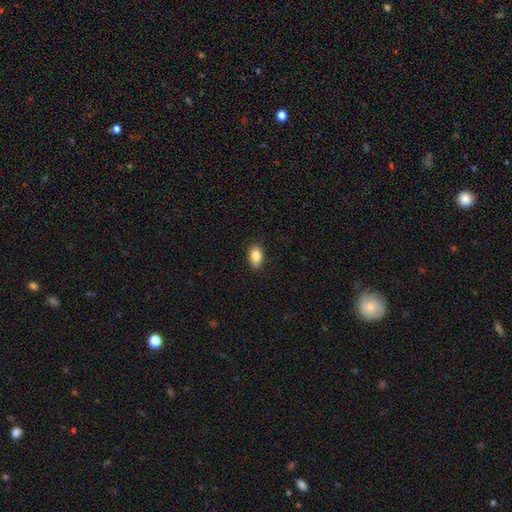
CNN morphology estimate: Smooth or featured: smooth — 84% (featured or disk — 8%)
How rounded: in between — 89% (round — 8%)
Merging: none — 86% (minor disturbance — 11%)